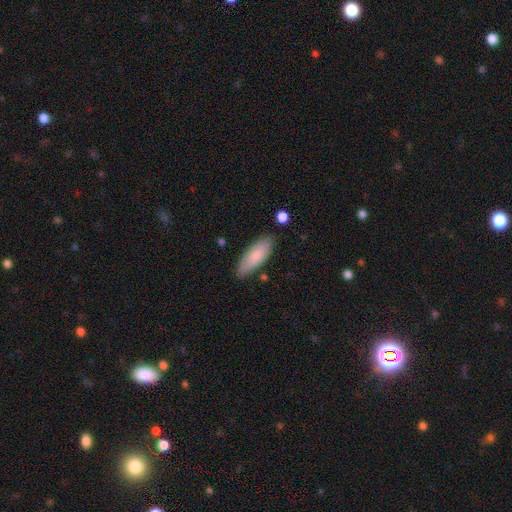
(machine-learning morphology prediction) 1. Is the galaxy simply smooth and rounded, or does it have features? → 81% smooth, 13% featured or disk, 6% star or artifact.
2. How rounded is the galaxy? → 67% in between, 32% cigar-shaped, 2% round.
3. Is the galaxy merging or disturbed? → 83% none, 12% minor disturbance, 2% merger, 2% major disturbance.